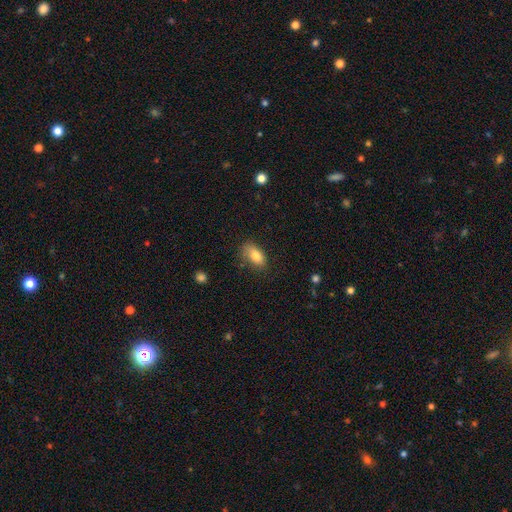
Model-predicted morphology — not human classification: type=smooth (82%); roundness=in between (89%); merging=none (71%).